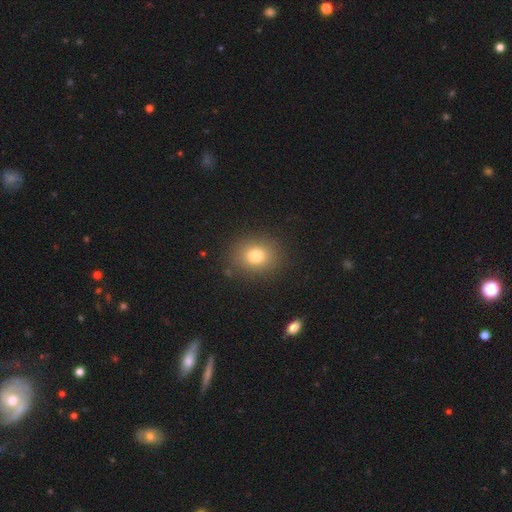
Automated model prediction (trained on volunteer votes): A smooth galaxy with no disk features (78%) that is round (67%). Merging: none (86%).